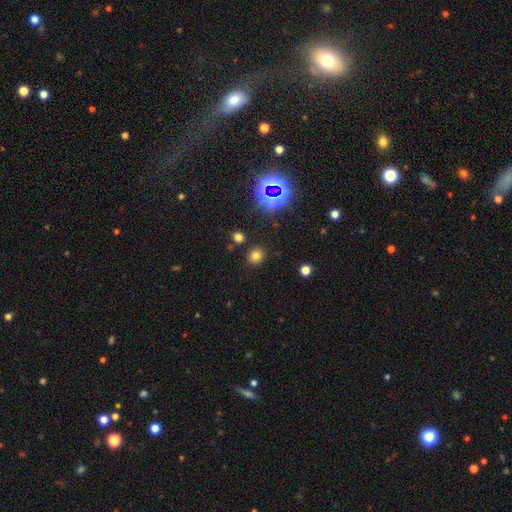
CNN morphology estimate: smooth_or_featured: smooth (p=0.71) [alt: star or artifact p=0.22]
how_rounded: round (p=0.86) [alt: in between p=0.13]
merging: none (p=0.87) [alt: minor disturbance p=0.07]